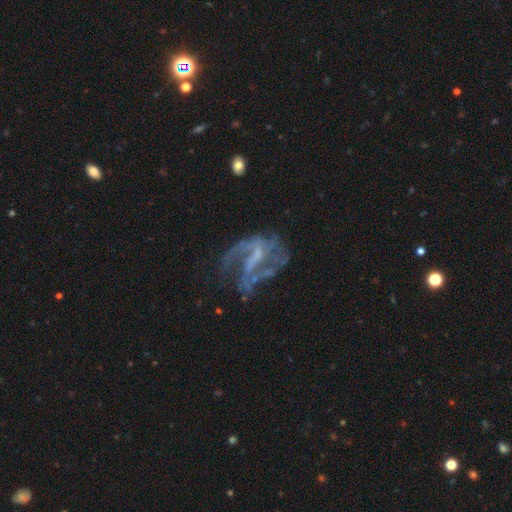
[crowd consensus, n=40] Smooth or featured? 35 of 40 (88%) said featured or disk. Edge-on disk? 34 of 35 (97%) said no. Bar? 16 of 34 (47%) said weak. Spiral arms? 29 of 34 (85%) said yes. Spiral winding? 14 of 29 (48%) said medium. Spiral arm count? 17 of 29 (59%) said 2. Bulge size? 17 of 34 (50%) said small. Merging? 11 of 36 (31%, tied with major disturbance) said none.